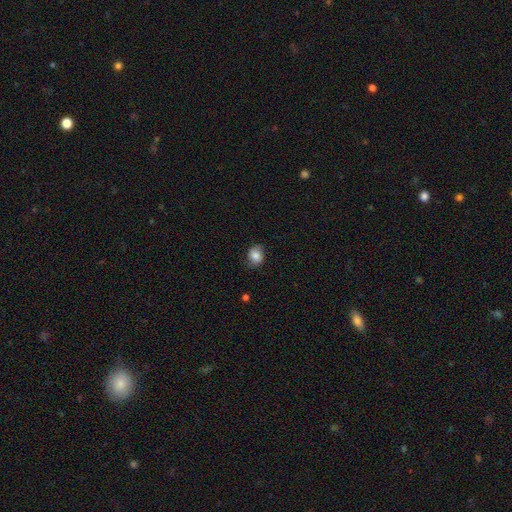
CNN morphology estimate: Smooth or featured? smooth (80%)
How rounded? round (56%)
Merging? none (76%)